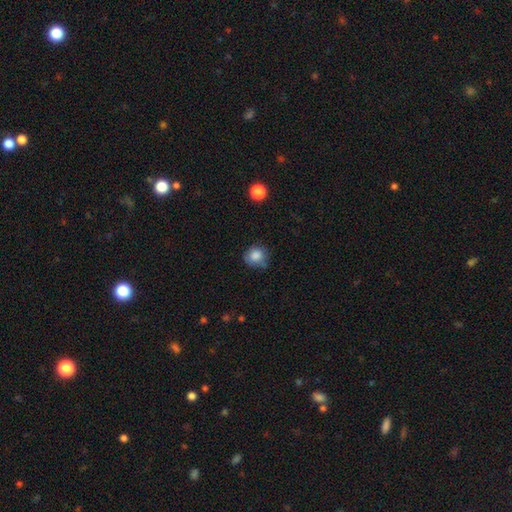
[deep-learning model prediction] A smooth galaxy with no disk features (83%) that is round (84%).

Vote fractions:
- Smooth or featured? smooth: 83% / star or artifact: 9% / featured or disk: 8%
- How rounded? round: 84% / in between: 16% / cigar-shaped: 1%
- Merging? none: 62% / minor disturbance: 28% / major disturbance: 7% / merger: 3%